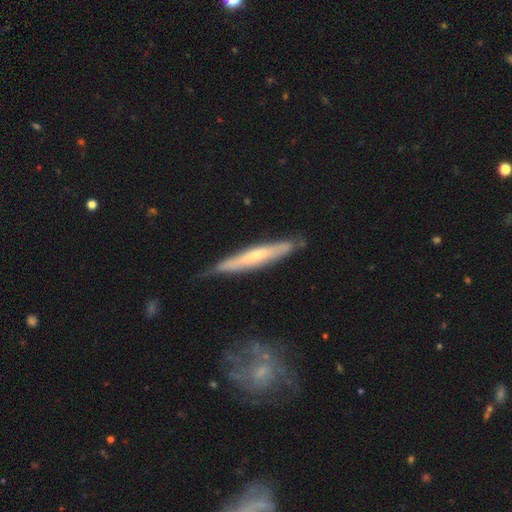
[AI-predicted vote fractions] Morphology: type=featured or disk (63%); edge-on=yes (88%); edge-on bulge=rounded (58%); merging=none (81%).